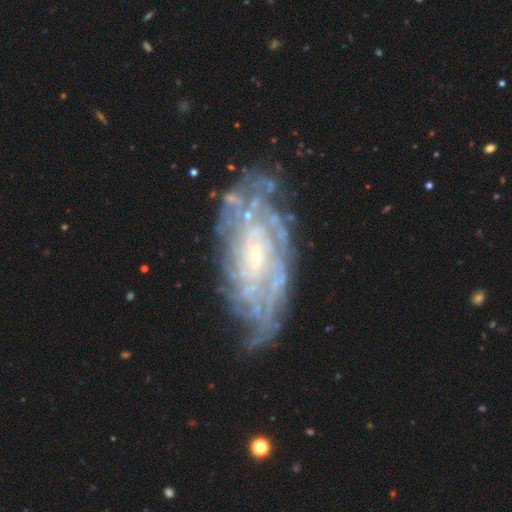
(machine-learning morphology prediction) This is clearly a featured or disk galaxy (85%). It is clearly not viewed edge-on (93%). Bar: likely no (70%). Spiral arm pattern: clearly yes (92%). Spiral arm count: possibly can't tell (48%). Spiral winding: likely tight (74%). Central bulge: likely small (79%). Merging: likely none (71%).